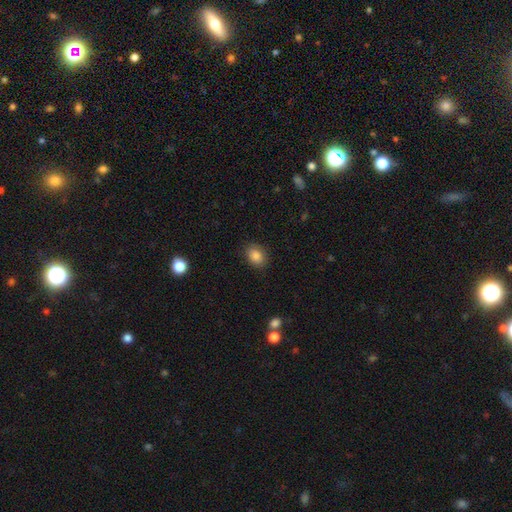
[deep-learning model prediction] Smooth or featured? smooth (86%)
How rounded? in between (64%)
Merging? none (85%)